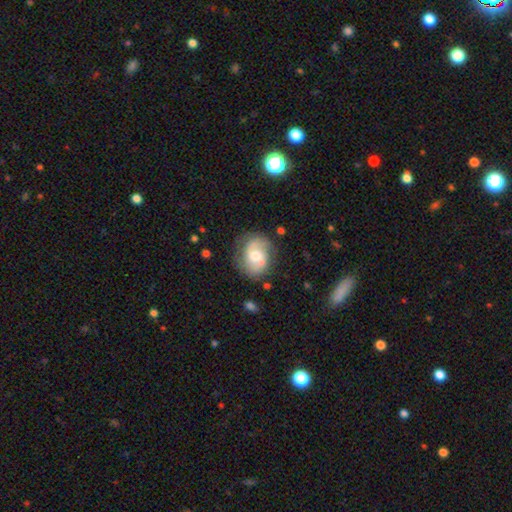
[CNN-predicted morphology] Overall: featured or disk (66%; smooth 27%). Edge-on disk: no (97%). Bar: no (54%; weak 38%). Spiral arms: yes (87%). Spiral arm count: 2 (83%). Spiral winding: medium (46%; loose 29%). Bulge size: moderate (63%; small 29%). Merging: none (73%).